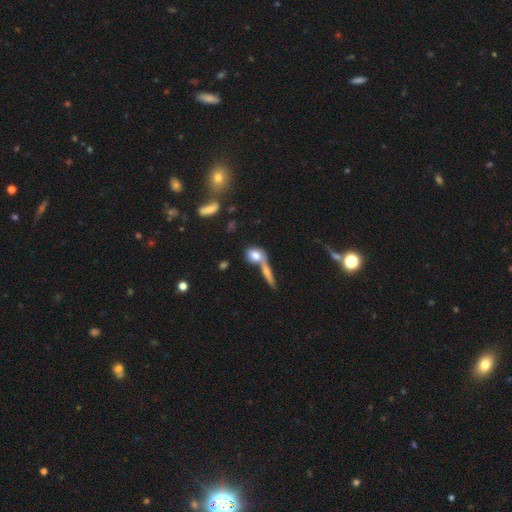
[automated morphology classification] A smooth galaxy with no disk features (69%) that is in between round and cigar-shaped (46%).

Vote fractions:
- Smooth or featured? smooth: 69% / featured or disk: 21% / star or artifact: 10%
- How rounded? in between: 46% / round: 37% / cigar-shaped: 17%
- Merging? none: 42% / merger: 40% / minor disturbance: 11% / major disturbance: 7%